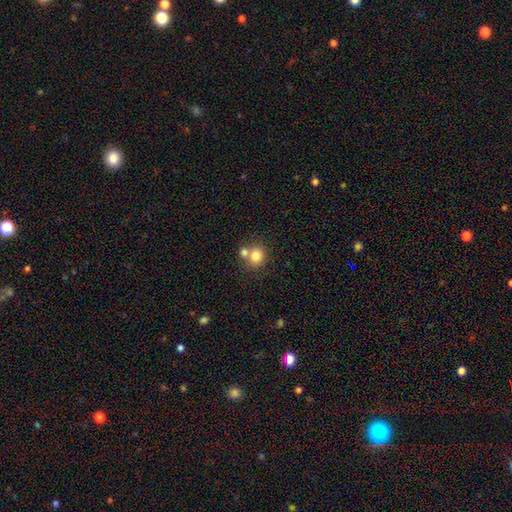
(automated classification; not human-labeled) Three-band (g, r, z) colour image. It shows a smooth galaxy with no disk features (80%) that is round (79%). Merging: none (51%).